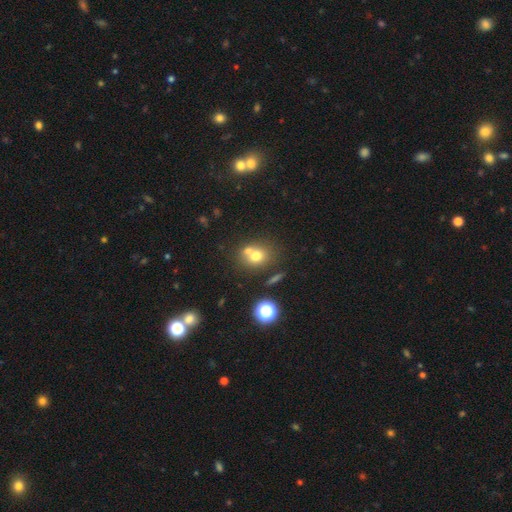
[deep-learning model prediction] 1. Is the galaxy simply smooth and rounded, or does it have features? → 68% smooth, 17% featured or disk, 15% star or artifact.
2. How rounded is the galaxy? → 64% round, 34% in between, 1% cigar-shaped.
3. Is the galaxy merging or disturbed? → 45% none, 40% merger, 10% minor disturbance, 4% major disturbance.